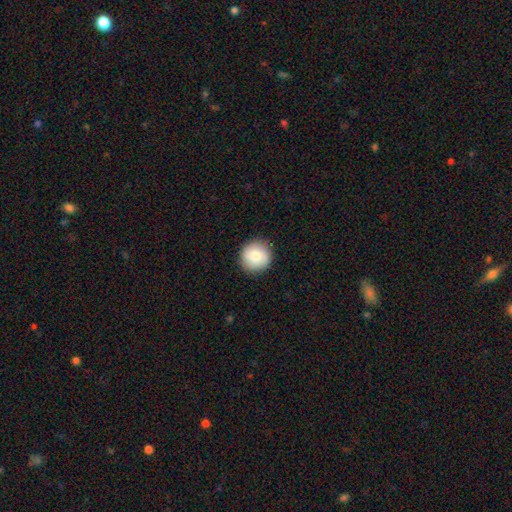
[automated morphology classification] Smooth or featured? Predicted: smooth (p=0.79). How rounded? Predicted: round (p=0.94). Merging? Predicted: none (p=0.90).